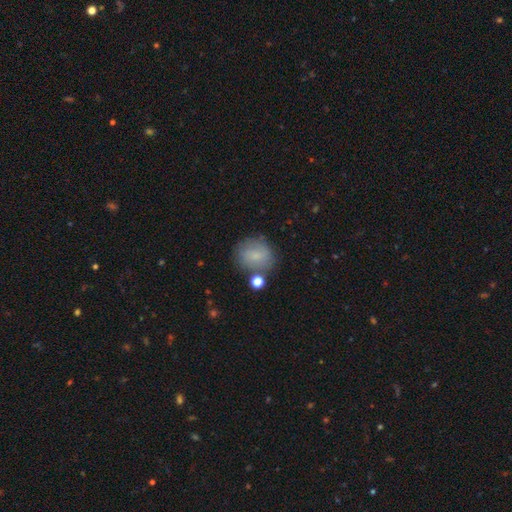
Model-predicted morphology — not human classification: This is likely a smooth galaxy (75%). How rounded: likely round (75%). Merging: likely none (71%).